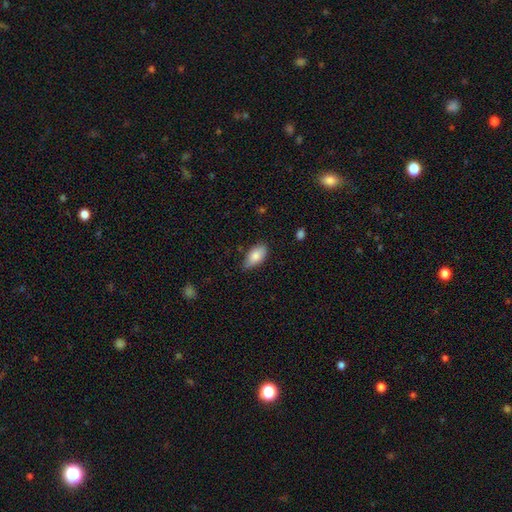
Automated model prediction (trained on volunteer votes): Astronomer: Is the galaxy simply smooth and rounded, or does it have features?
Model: smooth — 83%.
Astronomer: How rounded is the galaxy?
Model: in between — 92%.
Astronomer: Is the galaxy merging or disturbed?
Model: none — 67%.